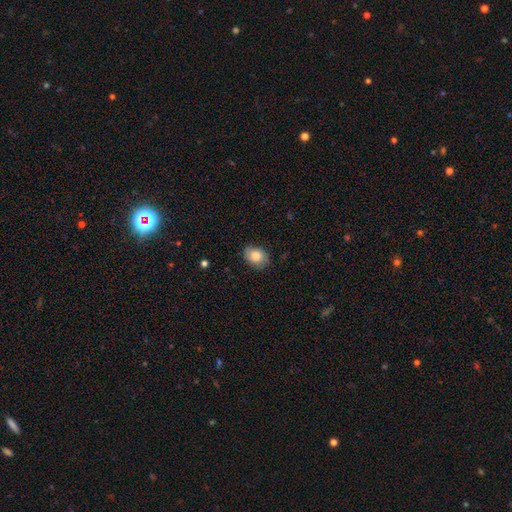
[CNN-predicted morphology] Q: Smooth or featured?
A: smooth (79%); runner-up: featured or disk (14%)
Q: How rounded?
A: in between (62%); runner-up: round (37%)
Q: Merging?
A: none (79%); runner-up: minor disturbance (17%)